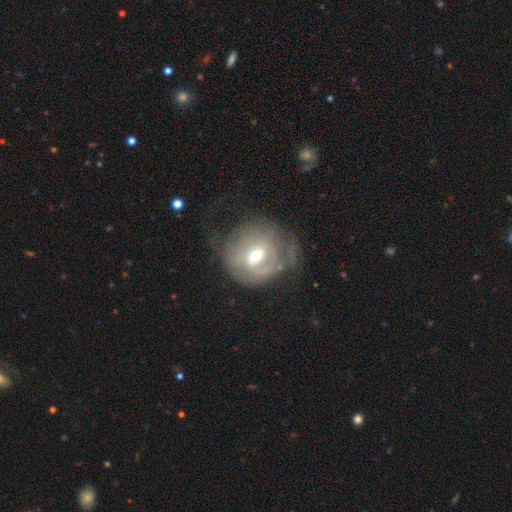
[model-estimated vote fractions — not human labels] A featured or disk galaxy (53%) with no bar (47%), spiral arms (52%) and a moderate central bulge (62%). Merging: none (45%).